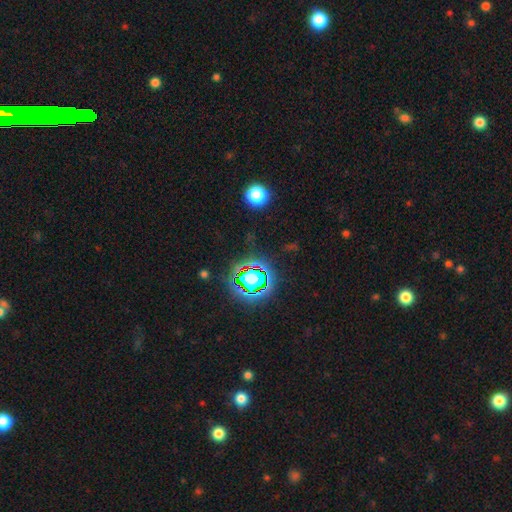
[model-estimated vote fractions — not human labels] Morphology: type=star or artifact (79%).